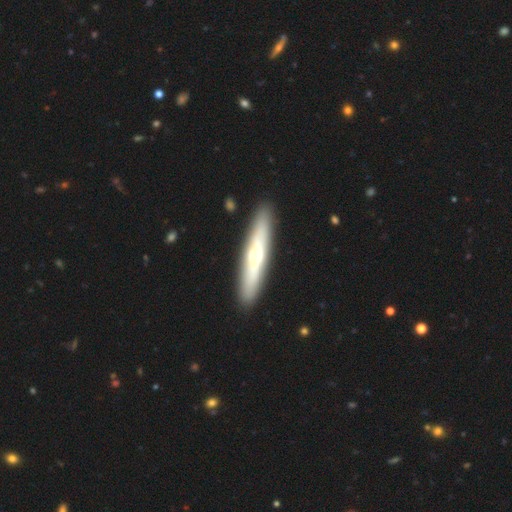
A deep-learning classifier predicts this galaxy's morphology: type=featured or disk (53%); edge-on=yes (82%); merging=none (90%).